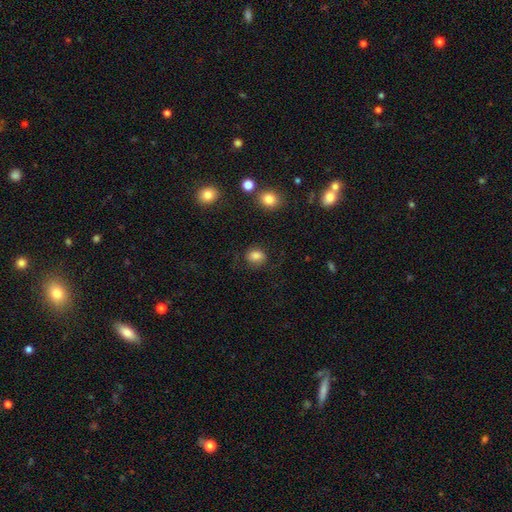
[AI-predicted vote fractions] This appears to be a smooth galaxy with no disk features (81%) that is round (61%). Merging: none (73%).